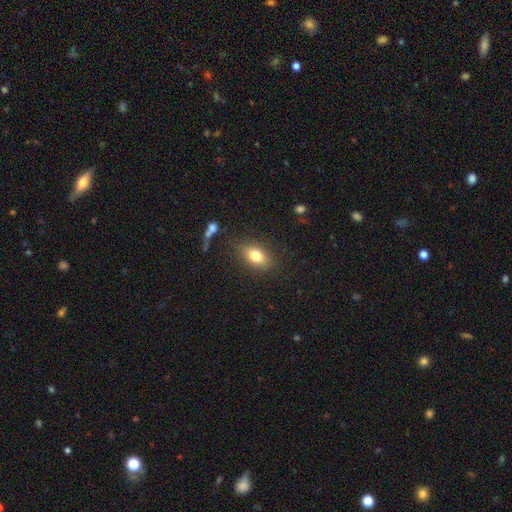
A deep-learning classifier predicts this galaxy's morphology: Q: Smooth or featured?
A: smooth (78%); runner-up: featured or disk (12%)
Q: How rounded?
A: in between (83%); runner-up: round (14%)
Q: Merging?
A: none (83%); runner-up: minor disturbance (11%)